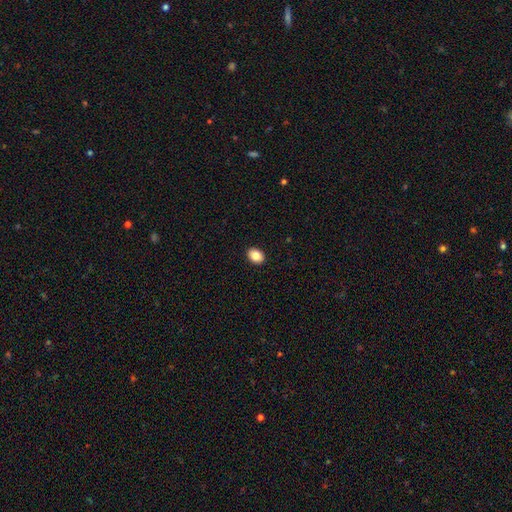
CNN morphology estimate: smooth 85%, star or artifact 8%, featured or disk 7%. Down the decision tree: how rounded — in between (68%); merging — none (92%).